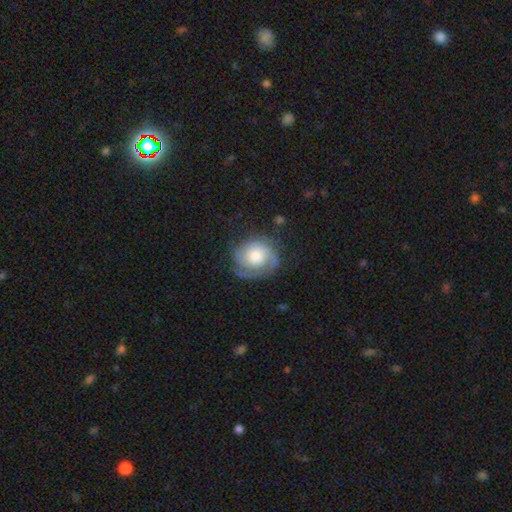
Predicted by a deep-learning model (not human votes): The model was most divided on "spiral arm count": 2: 43%, 1: 25%, can't tell: 18%, 3: 9%, 4: 3%, more than 4: 3%. More confident: edge-on disk — no (97%); spiral arms — yes (92%); bar — no (78%); smooth or featured — featured or disk (70%); merging — none (69%); spiral winding — tight (61%); bulge size — moderate (54%).